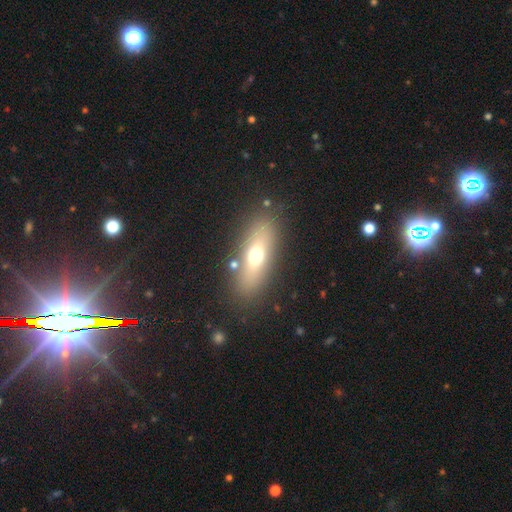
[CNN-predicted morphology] This appears to be a smooth galaxy with no disk features (60%) that is in between round and cigar-shaped (63%). Merging: none (83%).